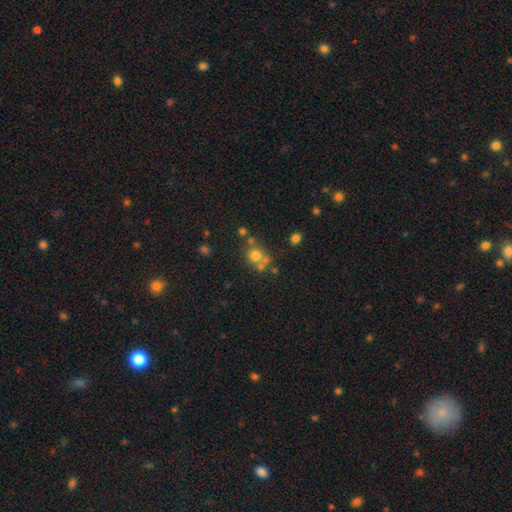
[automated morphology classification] Q: Smooth or featured?
A: smooth (67%); runner-up: star or artifact (18%)
Q: How rounded?
A: round (84%); runner-up: in between (15%)
Q: Merging?
A: none (54%); runner-up: merger (30%)